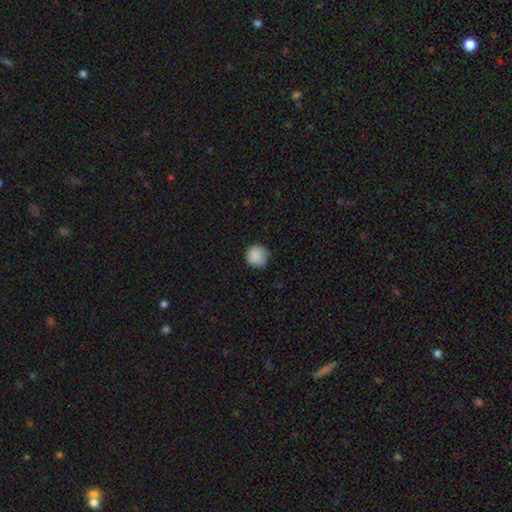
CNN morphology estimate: Smooth or featured? smooth (88%)
How rounded? round (93%)
Merging? none (83%)